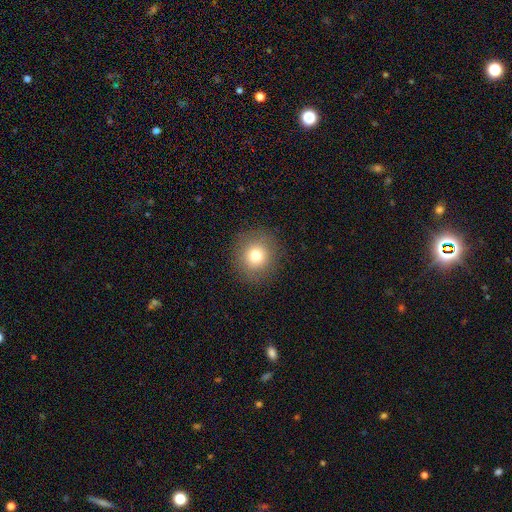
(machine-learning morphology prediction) This is likely a smooth galaxy (76%). How rounded: clearly round (90%). Merging: clearly none (90%).